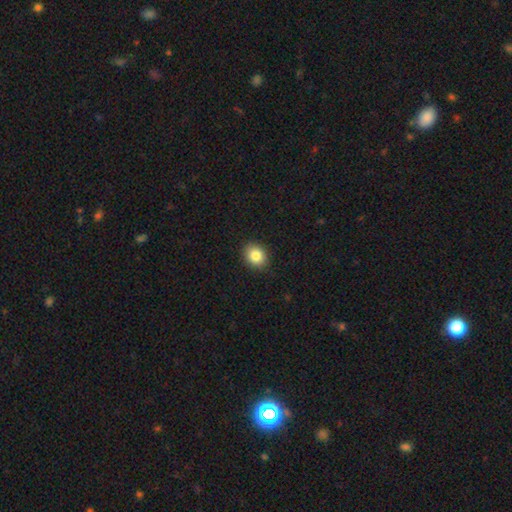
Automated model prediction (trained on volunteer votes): Morphology: type=smooth (85%); roundness=round (58%); merging=none (89%).